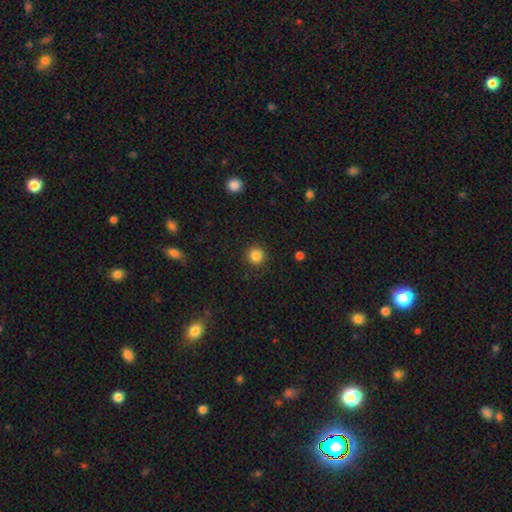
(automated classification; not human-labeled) Smooth or featured? Predicted: smooth (p=0.86). How rounded? Predicted: round (p=0.94). Merging? Predicted: none (p=0.90).